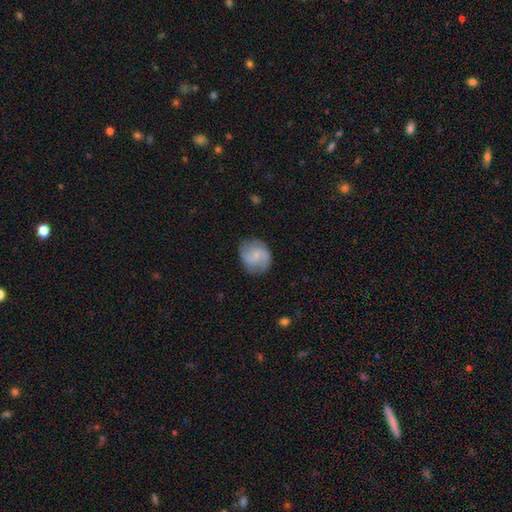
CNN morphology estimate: smooth-or-featured: featured or disk: 54% | smooth: 39% | star or artifact: 7%
  disk-edge-on: no: 98% | yes: 2%
    bar: no: 49% | weak: 44% | strong: 7%
    has-spiral-arms: yes: 89% | no: 11%
    bulge-size: small: 60% | moderate: 22% | none: 15% | large: 2% | dominant: 1%
  merging: none: 75% | minor disturbance: 18% | major disturbance: 6% | merger: 1%